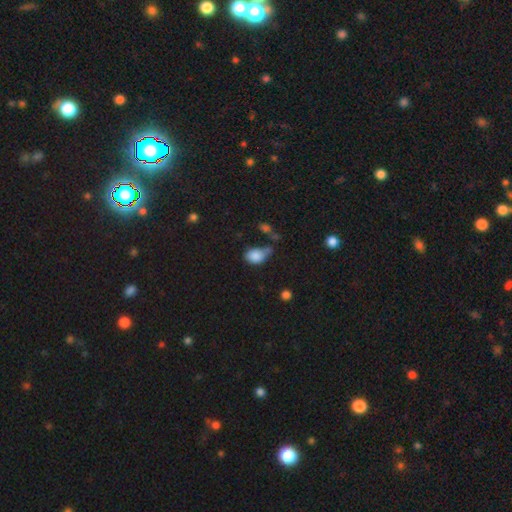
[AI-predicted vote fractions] Overall: smooth (84%). How rounded: in between (76%). Merging: minor disturbance (34%; none 33%).